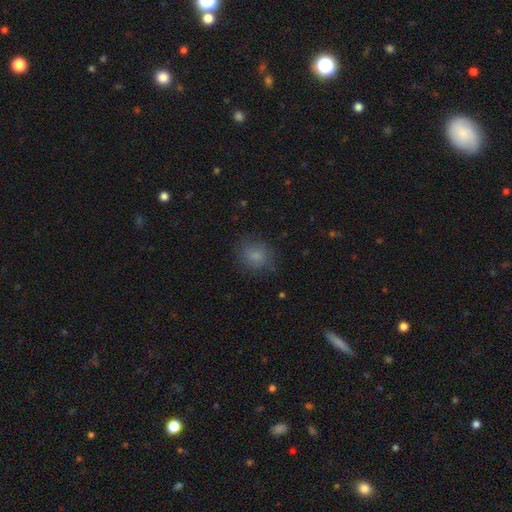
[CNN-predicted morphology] Smooth or featured?
  - smooth: 80% *
  - star or artifact: 11%
  - featured or disk: 9%
How rounded?
  - round: 75% *
  - in between: 24%
  - cigar-shaped: 1%
Merging?
  - none: 79% *
  - minor disturbance: 15%
  - major disturbance: 5%
  - merger: 1%